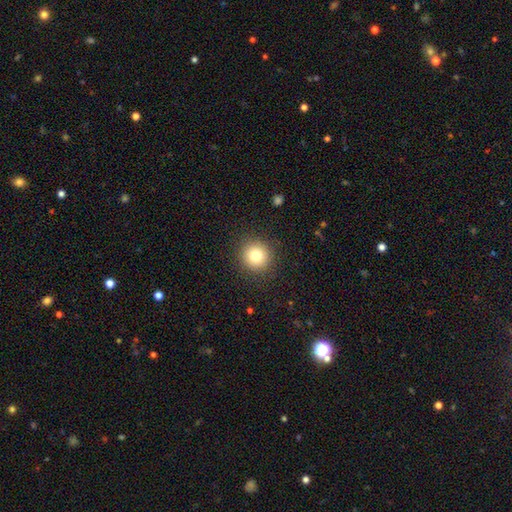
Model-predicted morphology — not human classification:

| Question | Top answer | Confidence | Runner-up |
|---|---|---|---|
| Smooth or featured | smooth | 79% | star or artifact (12%) |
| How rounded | round | 93% | in between (6%) |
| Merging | none | 90% | minor disturbance (6%) |